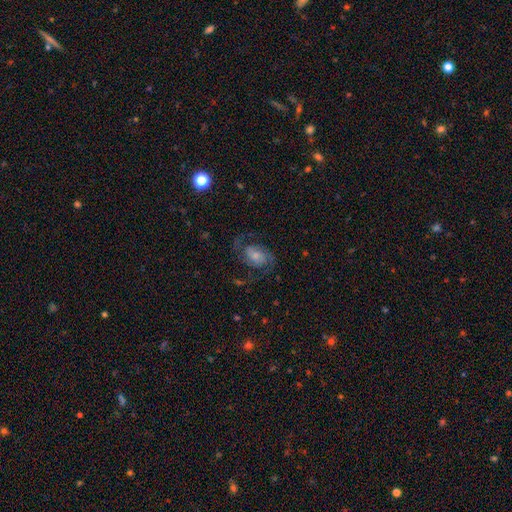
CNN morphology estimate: Q: Smooth or featured?
A: featured or disk (76%); runner-up: smooth (16%)
Q: Edge-on disk?
A: no (97%); runner-up: yes (3%)
Q: Bar?
A: no (59%); runner-up: weak (33%)
Q: Spiral arms?
A: yes (93%); runner-up: no (7%)
Q: Spiral winding?
A: medium (51%); runner-up: loose (30%)
Q: Spiral arm count?
A: 2 (86%); runner-up: can't tell (5%)
Q: Bulge size?
A: small (42%); runner-up: moderate (39%)
Q: Merging?
A: none (64%); runner-up: major disturbance (18%)